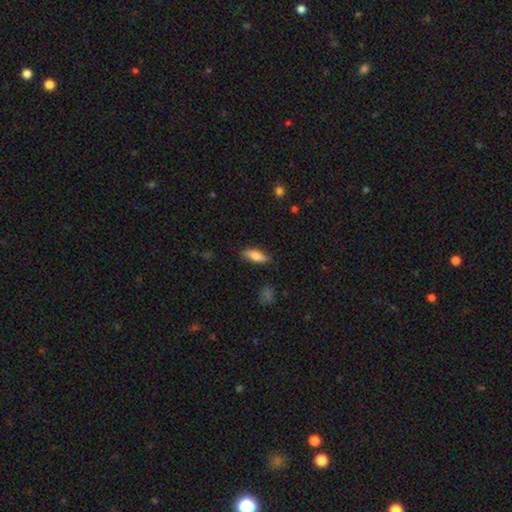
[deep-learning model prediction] Smooth or featured: smooth — 79% (featured or disk — 15%)
How rounded: in between — 74% (cigar-shaped — 24%)
Merging: none — 81% (minor disturbance — 15%)